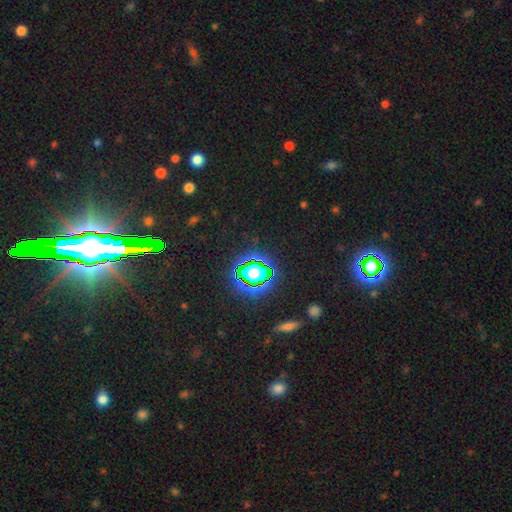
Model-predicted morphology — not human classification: Q: Smooth or featured?
A: star or artifact (81%); runner-up: smooth (10%)